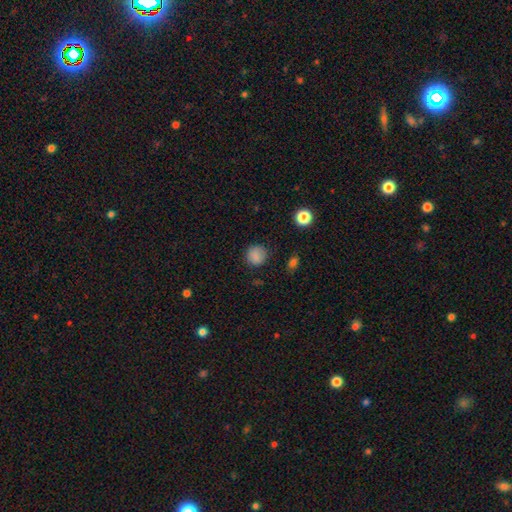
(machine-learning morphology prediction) A smooth galaxy with no disk features (84%) that is round (90%).

Vote fractions:
- Smooth or featured? smooth: 84% / star or artifact: 12% / featured or disk: 4%
- How rounded? round: 90% / in between: 9% / cigar-shaped: 1%
- Merging? none: 83% / minor disturbance: 12% / major disturbance: 3% / merger: 1%